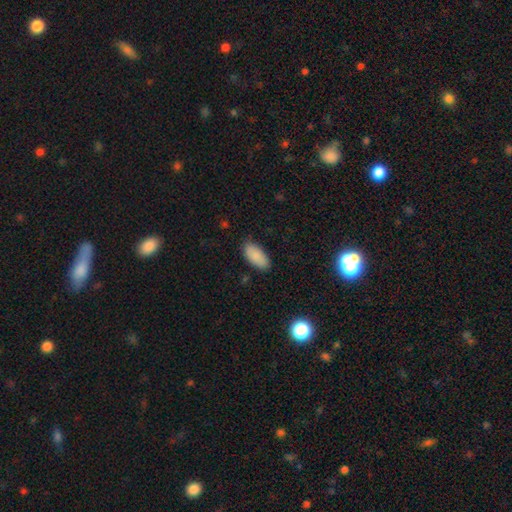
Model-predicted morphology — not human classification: This is clearly a smooth galaxy (87%). How rounded: clearly in between (92%). Merging: clearly none (84%).